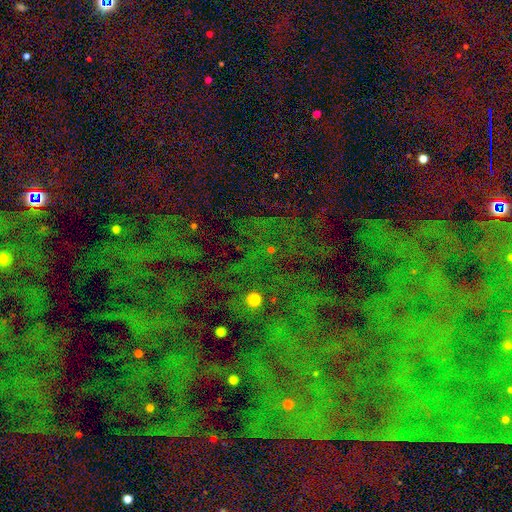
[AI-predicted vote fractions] smooth_or_featured: star or artifact (p=0.82) [alt: smooth p=0.09]